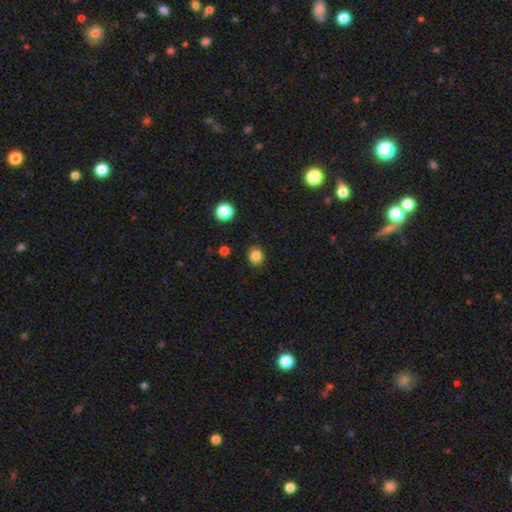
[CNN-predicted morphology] A smooth galaxy with no disk features (83%) that is round (72%). Merging: none (88%).